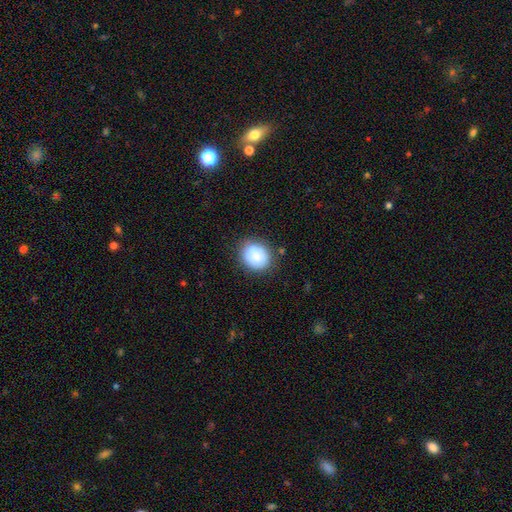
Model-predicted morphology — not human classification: Smooth or featured: smooth — 85% (featured or disk — 8%)
How rounded: round — 68% (in between — 31%)
Merging: none — 79% (minor disturbance — 14%)